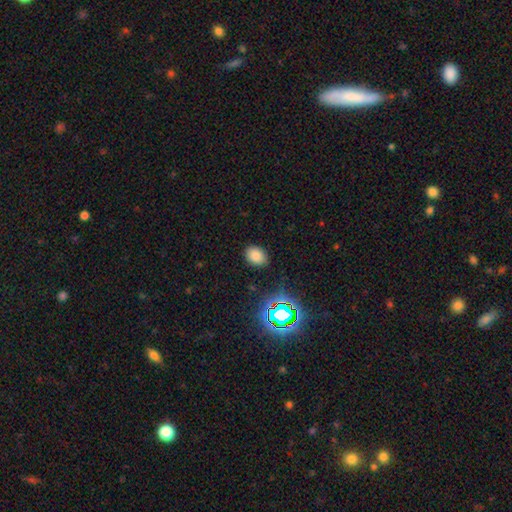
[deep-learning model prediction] Q: Smooth or featured?
A: smooth (77%); runner-up: star or artifact (16%)
Q: How rounded?
A: in between (72%); runner-up: round (27%)
Q: Merging?
A: none (85%); runner-up: minor disturbance (11%)